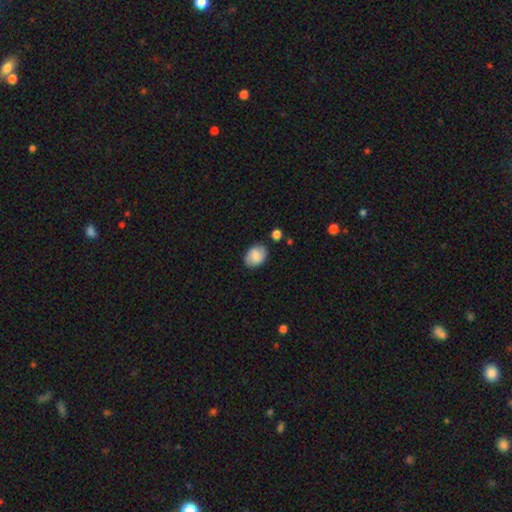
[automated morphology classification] Overall: smooth (75%). How rounded: in between (66%; round 33%). Merging: none (79%).